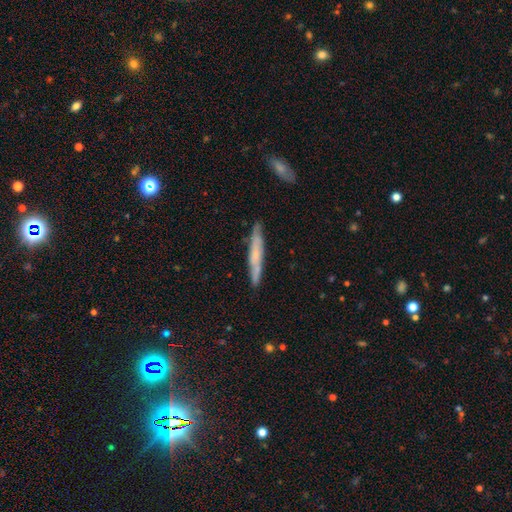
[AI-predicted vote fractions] featured or disk 48%, smooth 44%, star or artifact 7%. Down the decision tree: merging — none (85%).